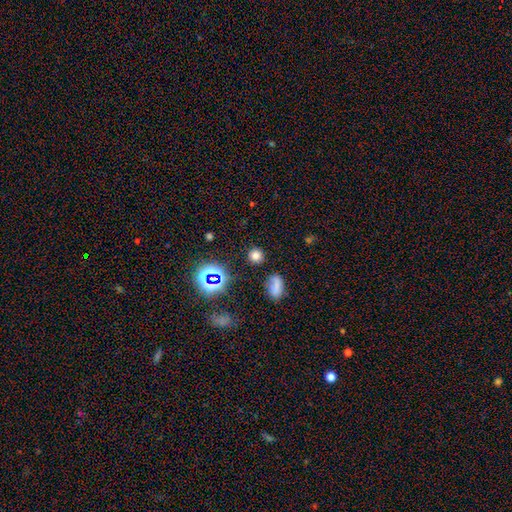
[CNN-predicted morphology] smooth 68%, star or artifact 25%, featured or disk 7%. Down the decision tree: how rounded — round (88%); merging — none (85%).